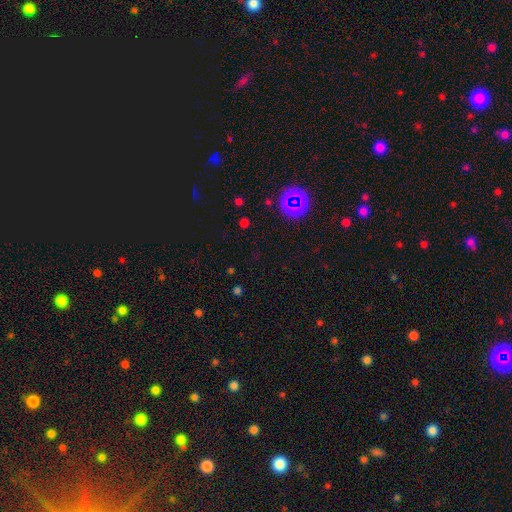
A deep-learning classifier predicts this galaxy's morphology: Smooth or featured: star or artifact — 62% (smooth — 29%)